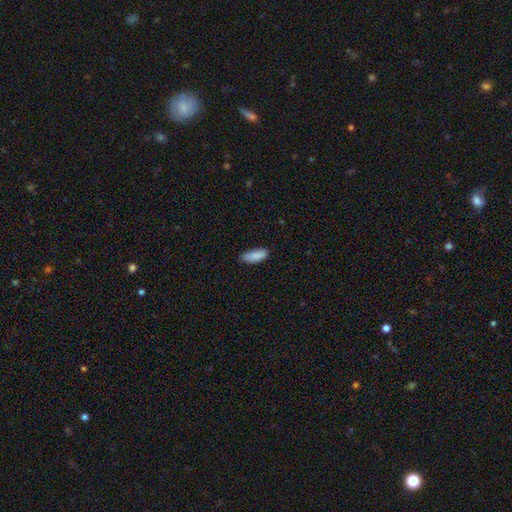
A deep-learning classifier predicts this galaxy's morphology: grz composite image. It shows a smooth galaxy with no disk features (89%) that is in between round and cigar-shaped (78%). Merging: none (81%).